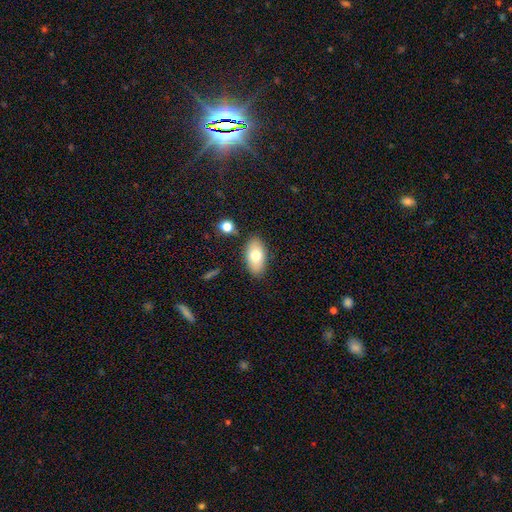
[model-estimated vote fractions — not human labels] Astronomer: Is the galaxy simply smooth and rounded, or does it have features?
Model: smooth — 74%.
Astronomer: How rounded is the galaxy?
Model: in between — 92%.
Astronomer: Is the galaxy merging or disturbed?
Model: none — 83%.